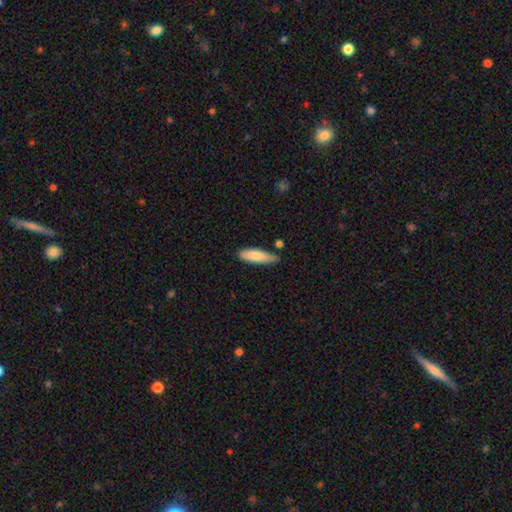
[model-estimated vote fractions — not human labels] A smooth galaxy with no disk features (80%) that is cigar-shaped (56%). Merging: none (72%).